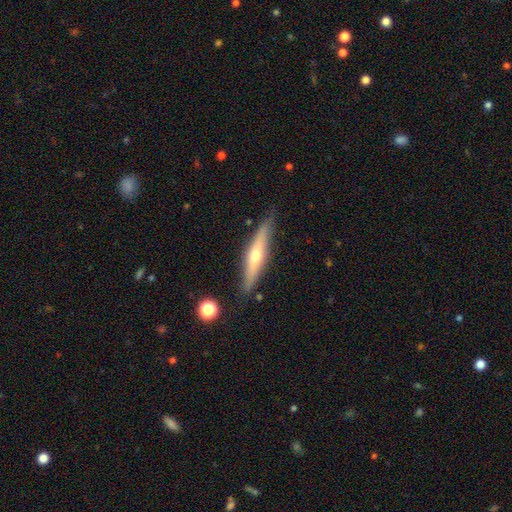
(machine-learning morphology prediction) Smooth or featured?
  - featured or disk: 60% *
  - smooth: 33%
  - star or artifact: 6%
Edge-on disk?
  - yes: 93% *
  - no: 7%
Edge-on bulge?
  - rounded: 86% *
  - none: 10%
  - boxy: 4%
Merging?
  - none: 84% *
  - minor disturbance: 12%
  - major disturbance: 2%
  - merger: 2%